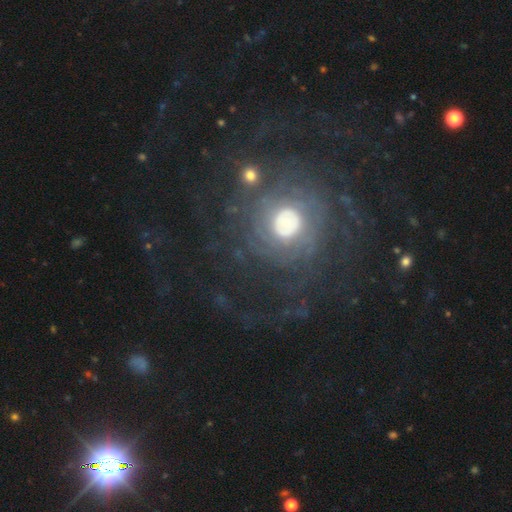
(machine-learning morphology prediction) smooth_or_featured: featured or disk (p=0.76) [alt: star or artifact p=0.13]
disk_edge_on: no (p=0.97) [alt: yes p=0.03]
bar: no (p=0.72) [alt: weak p=0.21]
has_spiral_arms: yes (p=0.87) [alt: no p=0.13]
spiral_winding: tight (p=0.57) [alt: medium p=0.30]
spiral_arm_count: can't tell (p=0.37) [alt: 2 p=0.16]
bulge_size: moderate (p=0.49) [alt: large p=0.34]
merging: none (p=0.72) [alt: major disturbance p=0.14]